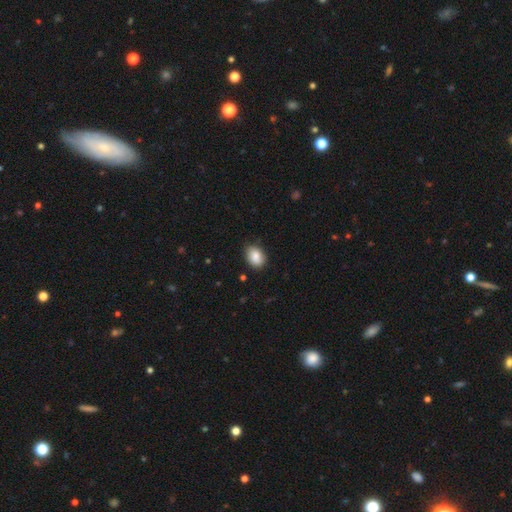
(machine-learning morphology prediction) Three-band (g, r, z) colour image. It shows a smooth galaxy with no disk features (87%) that is in between round and cigar-shaped (73%). Merging: none (85%).